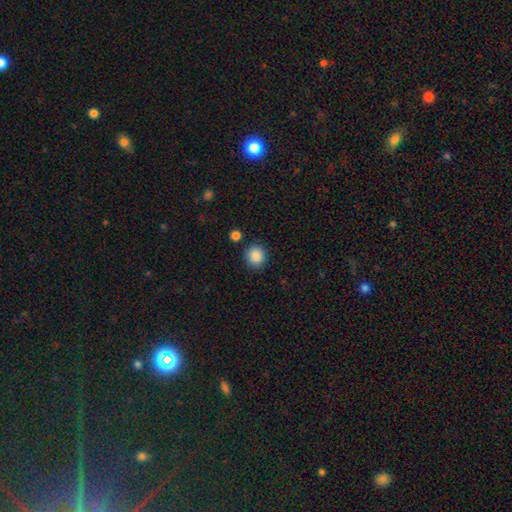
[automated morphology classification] Smooth or featured? smooth (88%)
How rounded? round (89%)
Merging? none (87%)